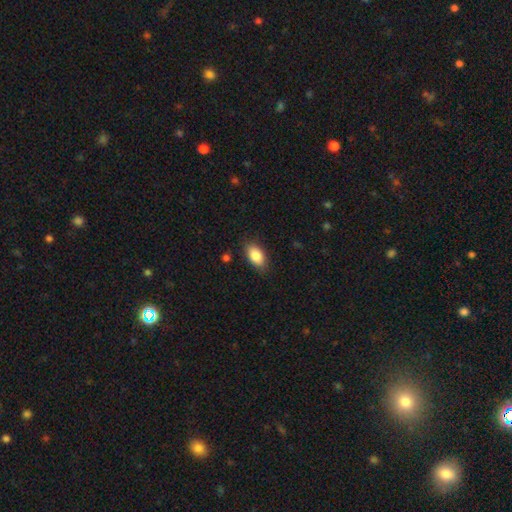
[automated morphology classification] The model was most divided on "merging": none: 83%, minor disturbance: 13%, major disturbance: 3%, merger: 1%. More confident: how rounded — in between (91%); smooth or featured — smooth (86%).